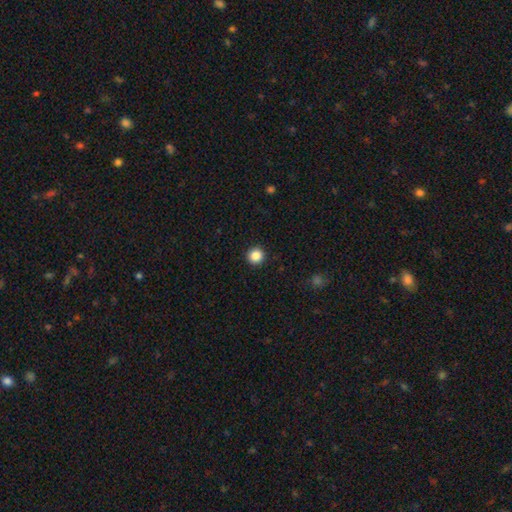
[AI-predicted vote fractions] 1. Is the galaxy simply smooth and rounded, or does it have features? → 86% smooth, 11% star or artifact, 3% featured or disk.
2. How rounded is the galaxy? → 95% round, 4% in between, 1% cigar-shaped.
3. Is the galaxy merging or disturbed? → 93% none, 4% minor disturbance, 2% major disturbance, 1% merger.